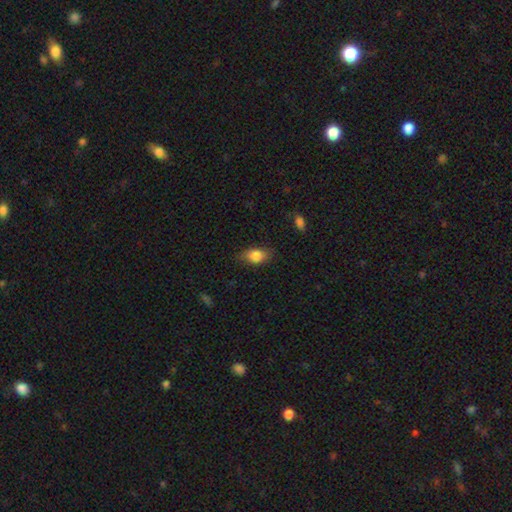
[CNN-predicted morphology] A smooth galaxy with no disk features (82%) that is in between round and cigar-shaped (85%). Merging: none (77%).